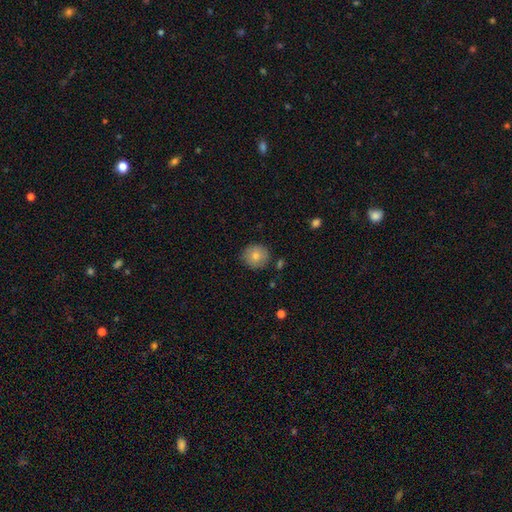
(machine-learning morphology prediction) Q: Smooth or featured?
A: smooth (80%); runner-up: featured or disk (12%)
Q: How rounded?
A: round (90%); runner-up: in between (9%)
Q: Merging?
A: none (85%); runner-up: minor disturbance (10%)